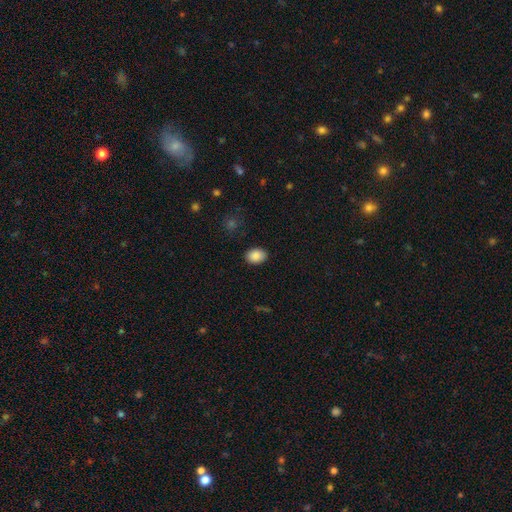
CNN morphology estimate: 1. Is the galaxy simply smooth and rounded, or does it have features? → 88% smooth, 8% star or artifact, 4% featured or disk.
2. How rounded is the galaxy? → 76% in between, 23% round, 1% cigar-shaped.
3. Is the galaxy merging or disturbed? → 89% none, 8% minor disturbance, 2% major disturbance, 1% merger.